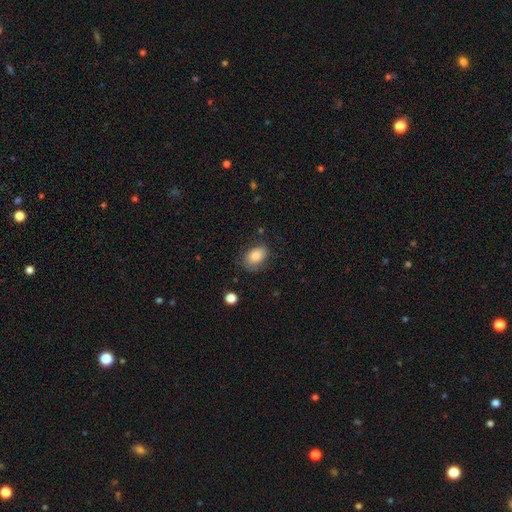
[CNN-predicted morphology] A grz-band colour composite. It shows a smooth galaxy with no disk features (80%) that is in between round and cigar-shaped (83%). Merging: none (69%).